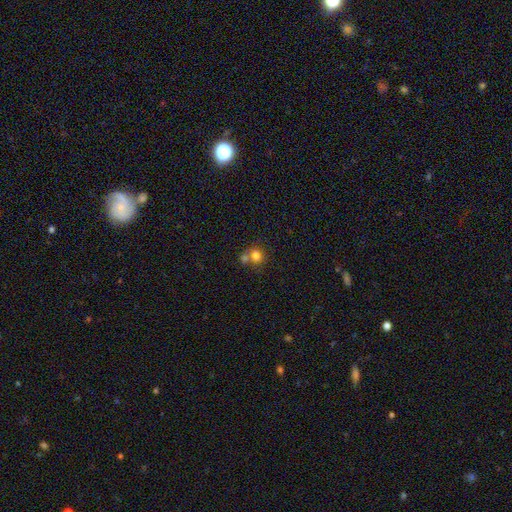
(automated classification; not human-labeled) A smooth galaxy with no disk features (78%) that is round (77%). Merging: none (45%).